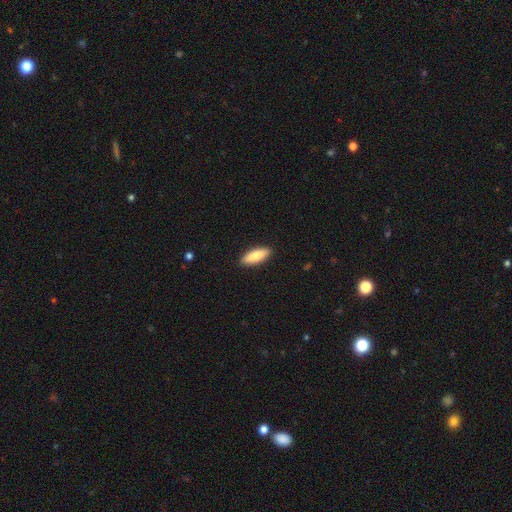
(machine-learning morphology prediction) This is clearly a smooth galaxy (85%). How rounded: likely in between (66%). Merging: clearly none (91%).